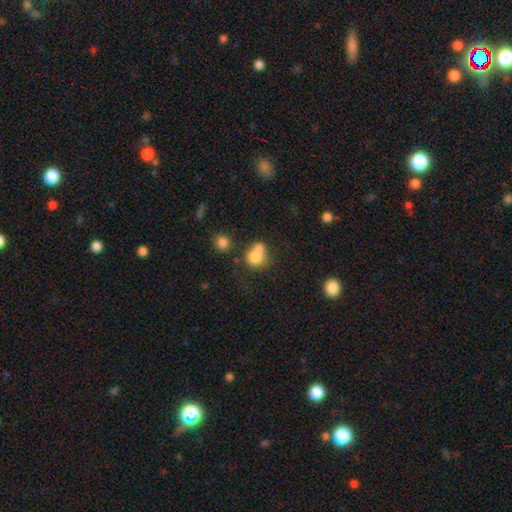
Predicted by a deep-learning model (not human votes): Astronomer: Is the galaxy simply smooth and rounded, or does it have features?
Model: smooth — 74%.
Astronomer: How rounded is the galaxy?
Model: in between — 49%, tied with round at 49%.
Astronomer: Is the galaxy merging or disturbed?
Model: merger — 42% (runner-up: none, 29%).